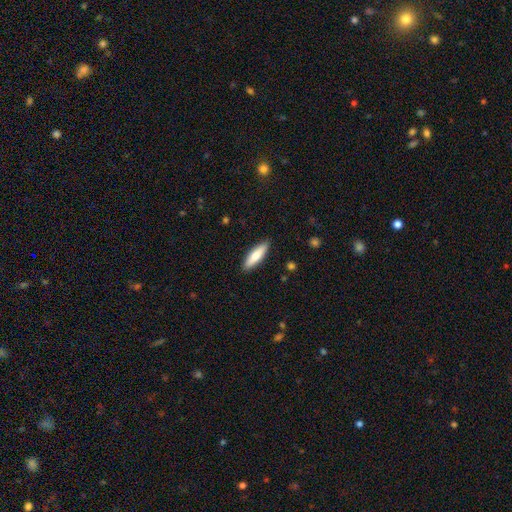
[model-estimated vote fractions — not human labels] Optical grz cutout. It shows a smooth galaxy with no disk features (76%) that is cigar-shaped (63%). Merging: none (90%).